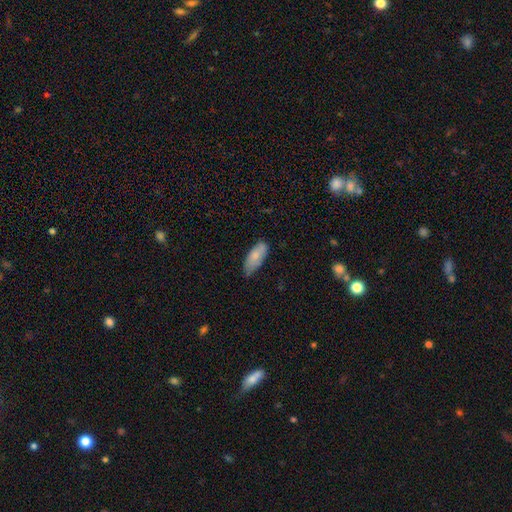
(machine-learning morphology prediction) This is likely a smooth galaxy (79%). How rounded: clearly in between (81%). Merging: possibly none (57%).